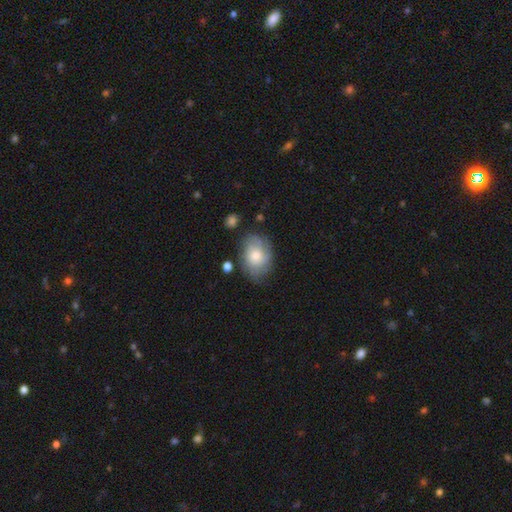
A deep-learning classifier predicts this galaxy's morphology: smooth 48%, featured or disk 45%, star or artifact 7%. Down the decision tree: merging — none (69%).